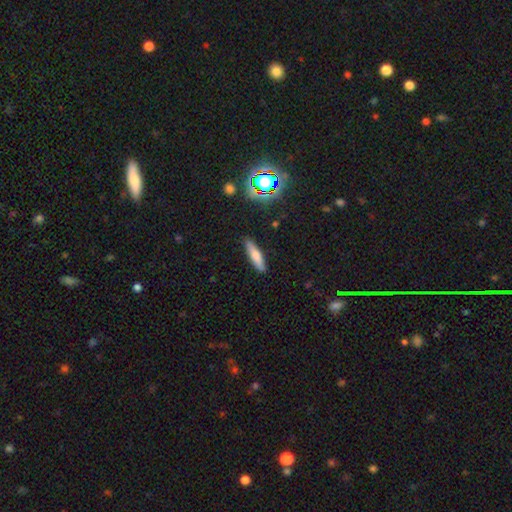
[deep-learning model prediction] Morphology: type=smooth (70%); roundness=cigar-shaped (75%); merging=none (87%).